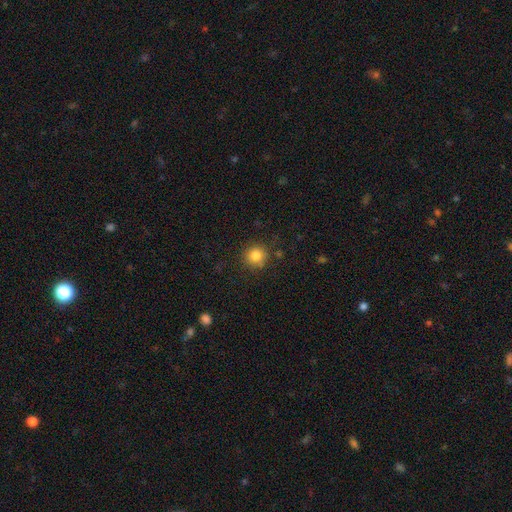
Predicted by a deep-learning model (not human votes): Smooth or featured?
  - smooth: 83% *
  - star or artifact: 11%
  - featured or disk: 5%
How rounded?
  - round: 92% *
  - in between: 8%
  - cigar-shaped: 1%
Merging?
  - none: 84% *
  - minor disturbance: 10%
  - major disturbance: 3%
  - merger: 2%